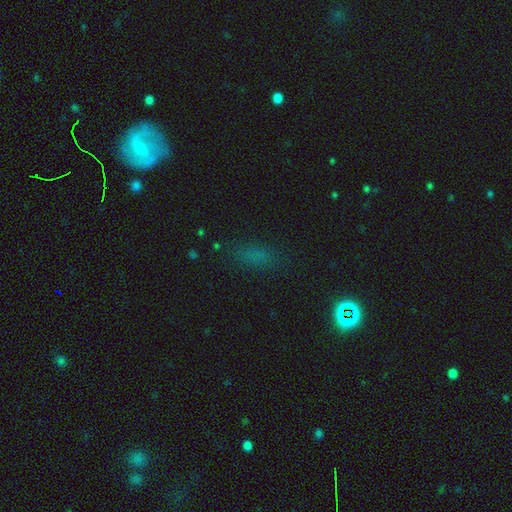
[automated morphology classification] smooth_or_featured: smooth (p=0.53) [alt: star or artifact p=0.32]
how_rounded: in between (p=0.66) [alt: cigar-shaped p=0.23]
merging: none (p=0.74) [alt: minor disturbance p=0.16]